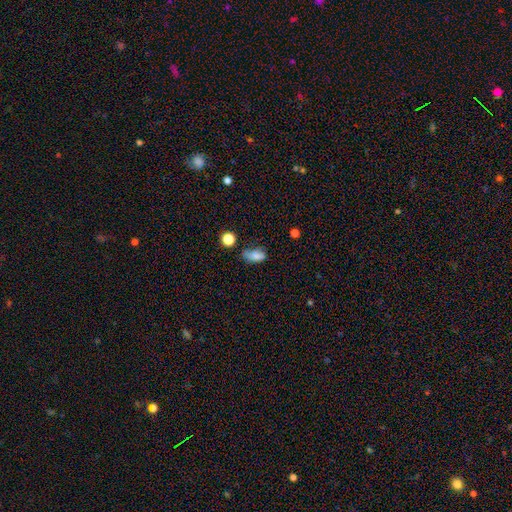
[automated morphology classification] Smooth or featured? smooth (77%)
How rounded? in between (85%)
Merging? none (42%)